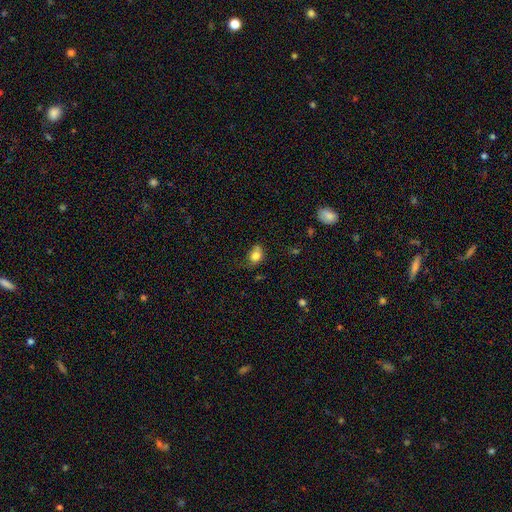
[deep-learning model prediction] A smooth galaxy with no disk features (79%) that is in between round and cigar-shaped (50%).

Vote fractions:
- Smooth or featured? smooth: 79% / star or artifact: 11% / featured or disk: 10%
- How rounded? in between: 50% / round: 48% / cigar-shaped: 1%
- Merging? none: 47% / minor disturbance: 30% / merger: 12% / major disturbance: 12%